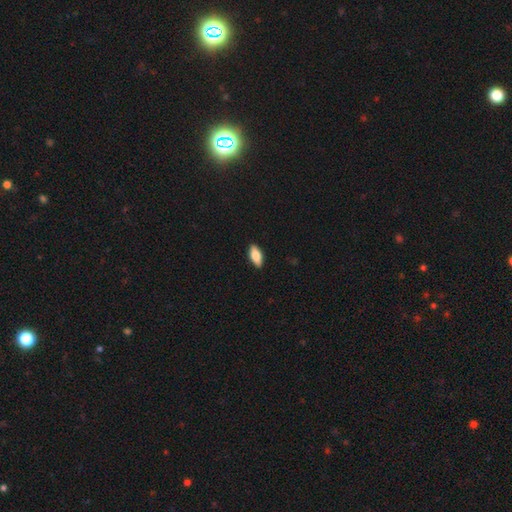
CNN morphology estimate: Overall: smooth (75%). How rounded: in between (83%). Merging: none (89%).